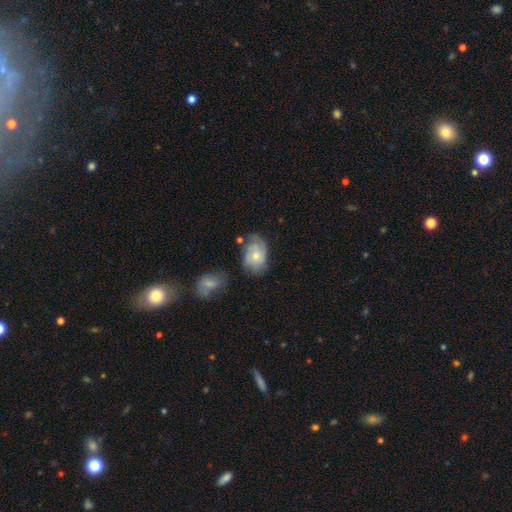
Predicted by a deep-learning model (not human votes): smooth_or_featured: smooth (p=0.51) [alt: featured or disk p=0.42]
how_rounded: in between (p=0.80) [alt: round p=0.19]
merging: none (p=0.55) [alt: minor disturbance p=0.28]